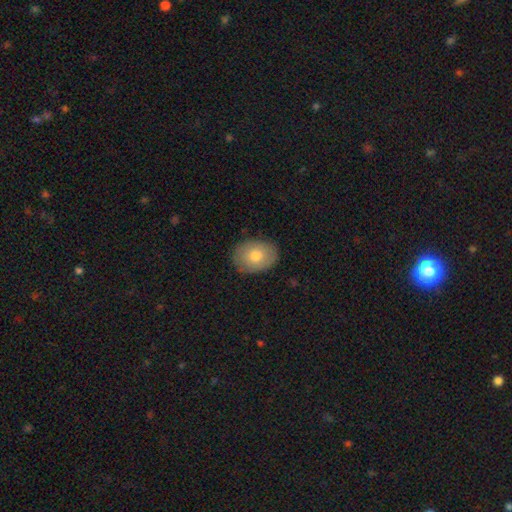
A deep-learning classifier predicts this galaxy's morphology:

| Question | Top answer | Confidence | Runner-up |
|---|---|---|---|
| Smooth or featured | smooth | 74% | featured or disk (19%) |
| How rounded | in between | 69% | round (30%) |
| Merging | none | 85% | minor disturbance (11%) |